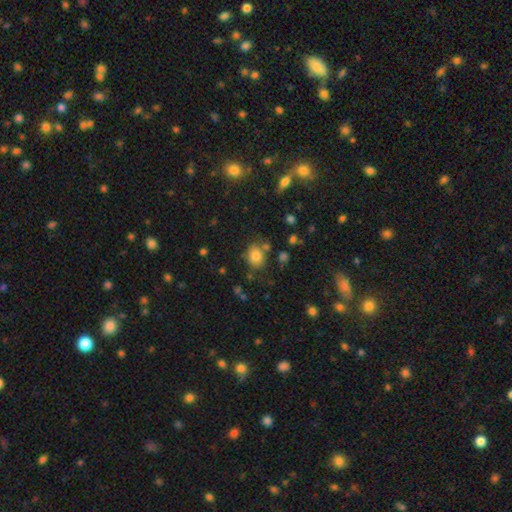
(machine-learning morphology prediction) smooth 80%, star or artifact 12%, featured or disk 8%. Down the decision tree: how rounded — round (62%); merging — none (73%).